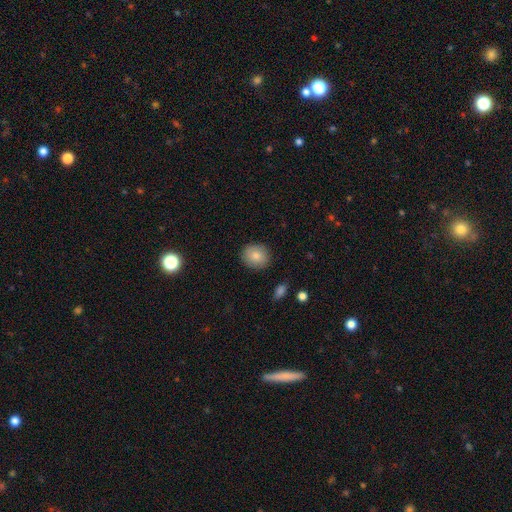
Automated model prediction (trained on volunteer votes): A smooth galaxy with no disk features (84%) that is round (74%). Merging: none (88%).